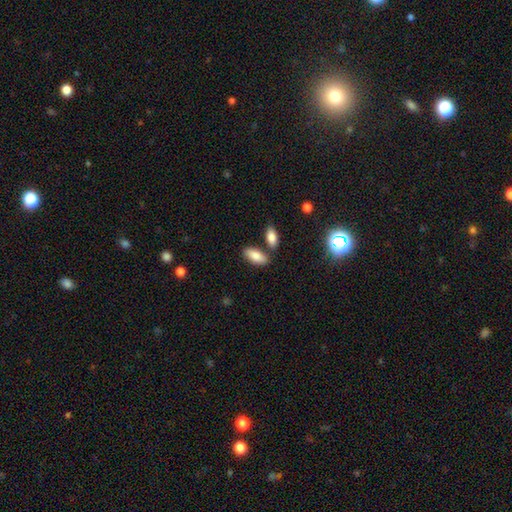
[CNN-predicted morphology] A smooth galaxy with no disk features (82%) that is in between round and cigar-shaped (87%). Merging: none (70%).